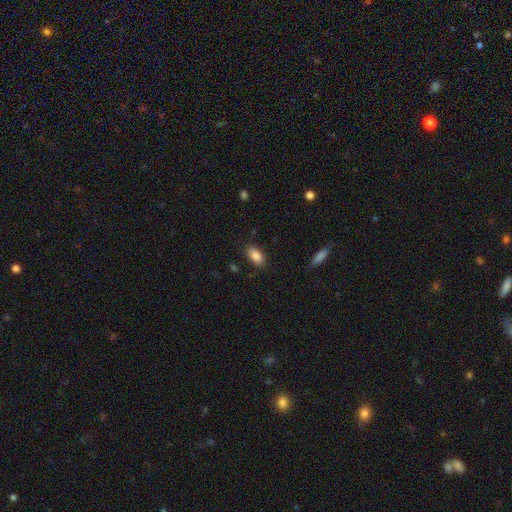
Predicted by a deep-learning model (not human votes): Q: Smooth or featured?
A: smooth (87%); runner-up: star or artifact (8%)
Q: How rounded?
A: in between (91%); runner-up: round (4%)
Q: Merging?
A: none (86%); runner-up: minor disturbance (10%)